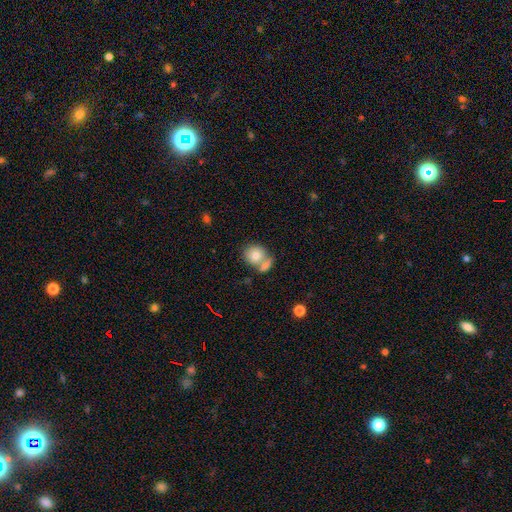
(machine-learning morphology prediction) type=smooth (79%); roundness=round (75%); merging=merger (44%).